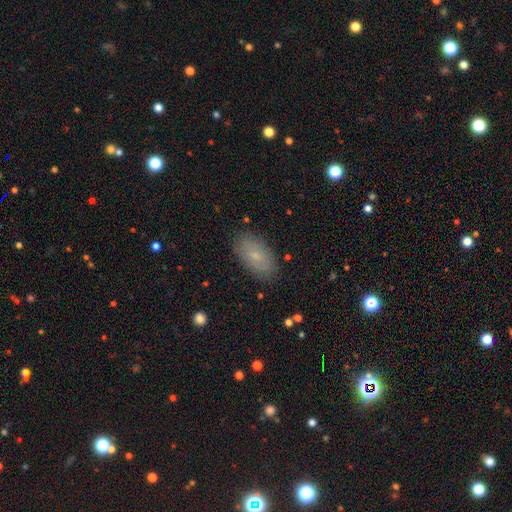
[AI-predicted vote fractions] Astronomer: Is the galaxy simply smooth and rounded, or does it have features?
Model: smooth — 74%.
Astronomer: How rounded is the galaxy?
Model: in between — 93%.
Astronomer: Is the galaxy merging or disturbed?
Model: none — 86%.